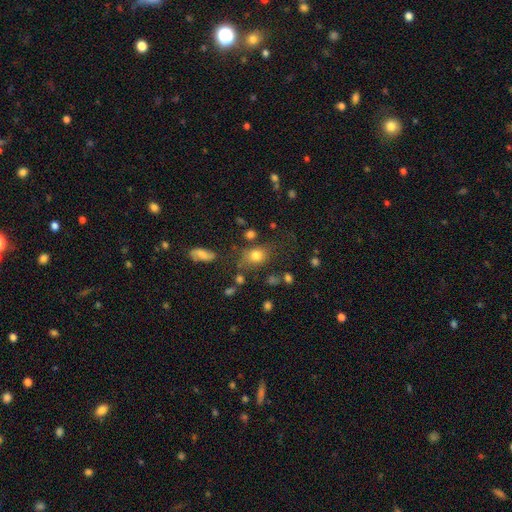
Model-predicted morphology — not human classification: A smooth galaxy with no disk features (77%) that is in between round and cigar-shaped (56%). Merging: none (63%).